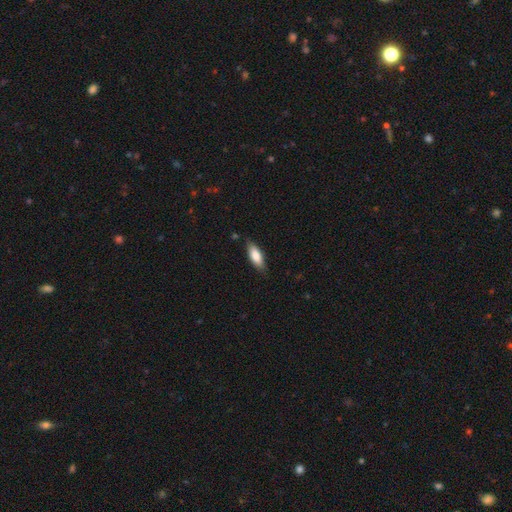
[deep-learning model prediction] This is likely a smooth galaxy (76%). How rounded: likely in between (67%). Merging: clearly none (81%).